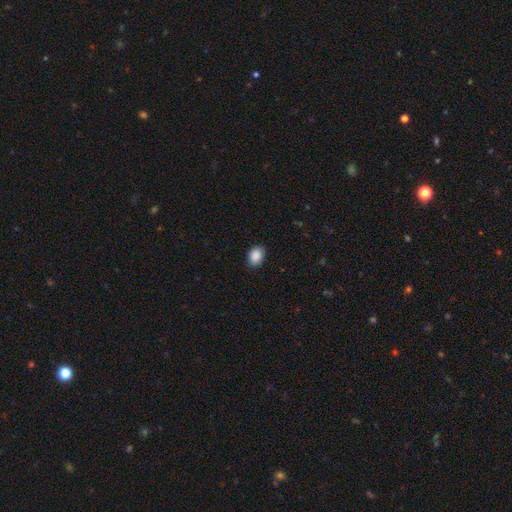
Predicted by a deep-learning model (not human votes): smooth_or_featured: smooth (p=0.89) [alt: star or artifact p=0.07]
how_rounded: in between (p=0.71) [alt: round p=0.28]
merging: none (p=0.86) [alt: minor disturbance p=0.11]